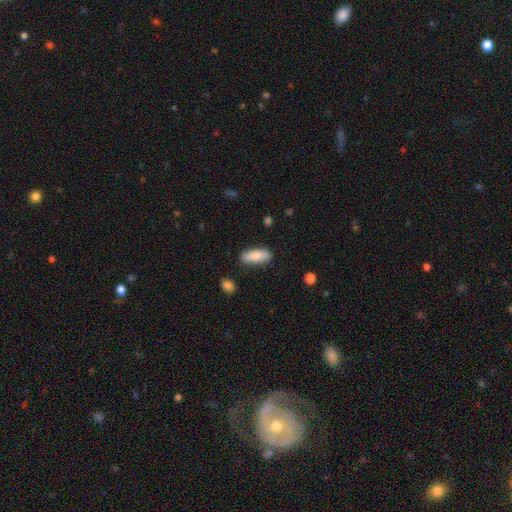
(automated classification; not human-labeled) A smooth galaxy with no disk features (85%) that is in between round and cigar-shaped (76%). Merging: none (85%).